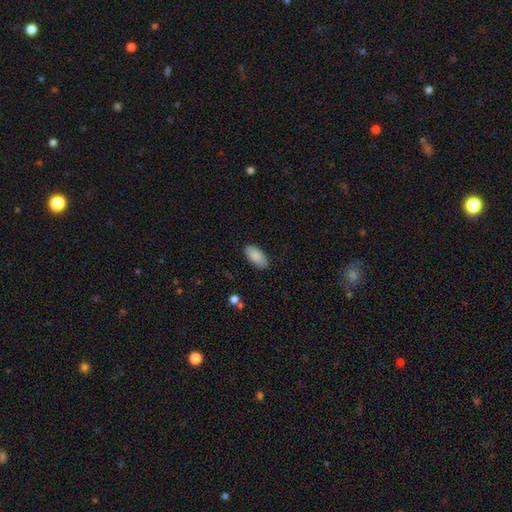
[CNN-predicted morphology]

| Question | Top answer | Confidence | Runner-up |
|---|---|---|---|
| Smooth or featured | smooth | 88% | star or artifact (6%) |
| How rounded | in between | 92% | cigar-shaped (6%) |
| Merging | none | 86% | minor disturbance (10%) |